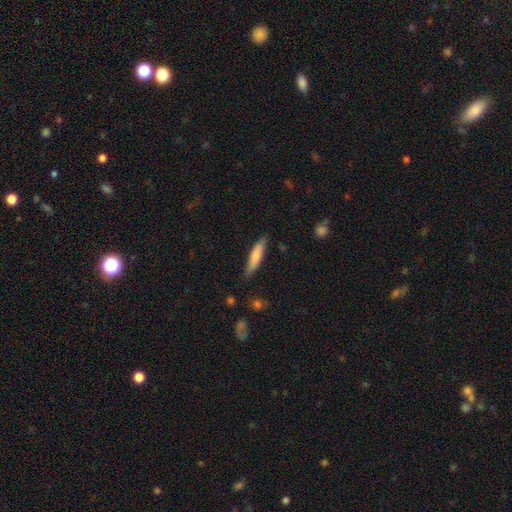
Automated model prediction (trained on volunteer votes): The model was most divided on "smooth or featured": smooth: 72%, featured or disk: 23%, star or artifact: 6%. More confident: merging — none (81%); how rounded — cigar-shaped (80%).